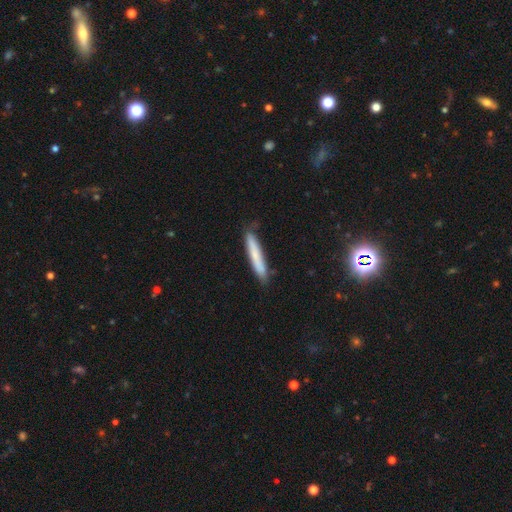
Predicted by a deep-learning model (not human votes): Smooth or featured? Predicted: smooth (p=0.70). How rounded? Predicted: cigar-shaped (p=0.94). Merging? Predicted: none (p=0.82).